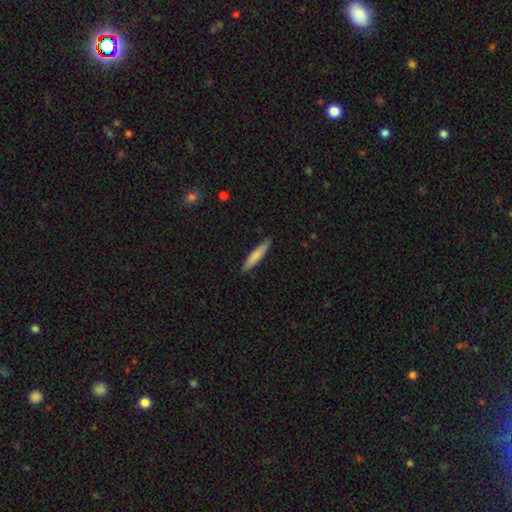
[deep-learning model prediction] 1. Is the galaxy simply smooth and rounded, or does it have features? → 75% smooth, 19% featured or disk, 5% star or artifact.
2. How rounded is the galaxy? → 88% cigar-shaped, 11% in between, 1% round.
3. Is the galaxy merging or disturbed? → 89% none, 9% minor disturbance, 2% major disturbance, 1% merger.